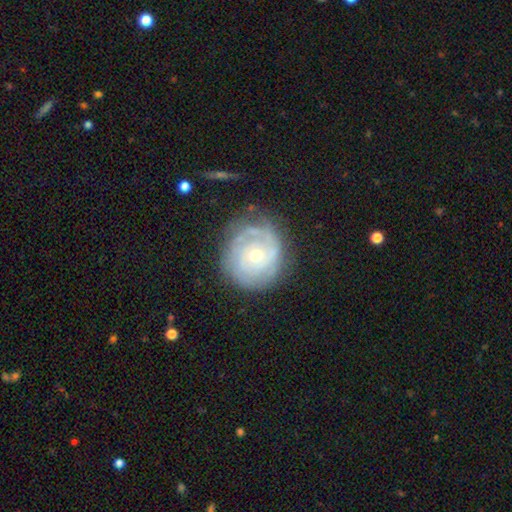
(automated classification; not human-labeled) A featured or disk galaxy (72%) with no bar (83%), tight (73%) spiral arms (76%) and a moderate central bulge (63%). Merging: none (66%).